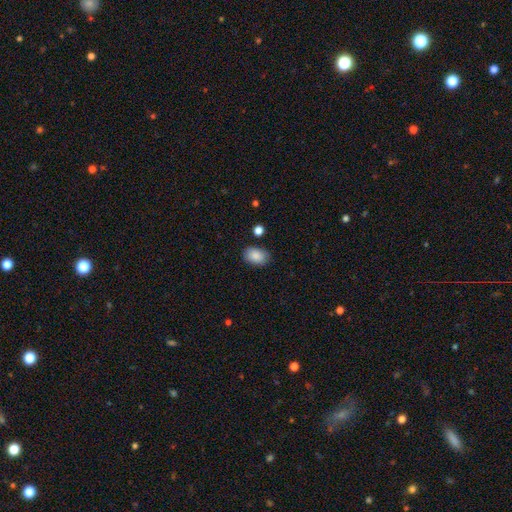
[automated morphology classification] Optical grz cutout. It shows a smooth galaxy with no disk features (87%) that is in between round and cigar-shaped (86%). Merging: none (82%).